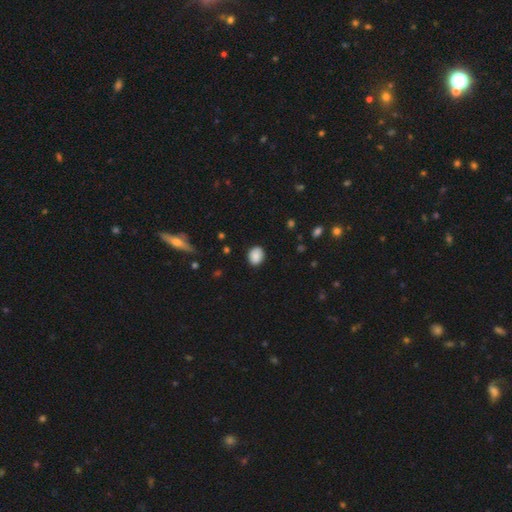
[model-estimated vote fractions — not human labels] smooth-or-featured: smooth: 87% | star or artifact: 8% | featured or disk: 4%
  how-rounded: round: 55% | in between: 44% | cigar-shaped: 1%
  merging: none: 86% | minor disturbance: 11% | major disturbance: 2% | merger: 1%